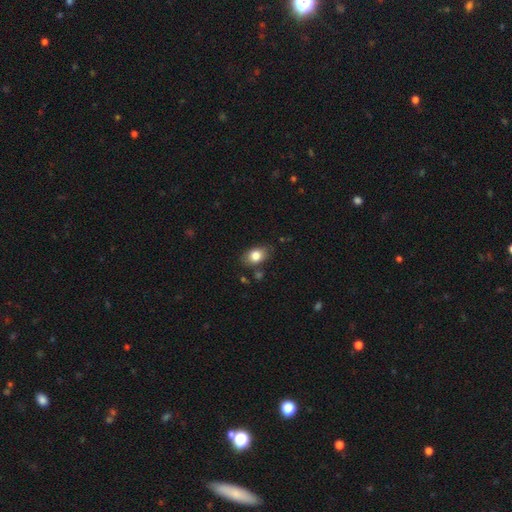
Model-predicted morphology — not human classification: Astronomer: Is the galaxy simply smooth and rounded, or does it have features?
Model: smooth — 81%.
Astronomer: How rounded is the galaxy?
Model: in between — 78%.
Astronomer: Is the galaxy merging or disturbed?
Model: none — 76%.